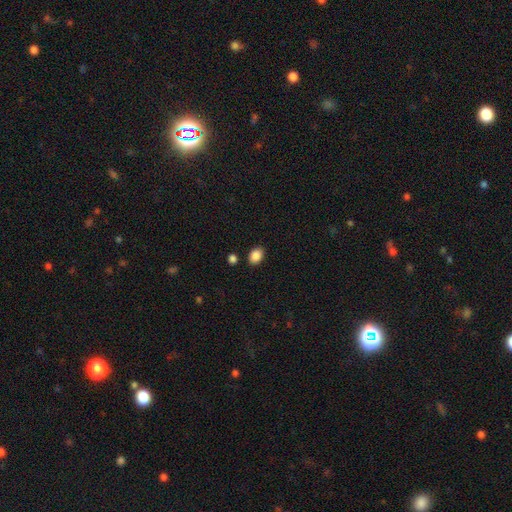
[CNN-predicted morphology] Q: Smooth or featured?
A: smooth (87%); runner-up: star or artifact (9%)
Q: How rounded?
A: in between (76%); runner-up: round (23%)
Q: Merging?
A: none (85%); runner-up: minor disturbance (9%)